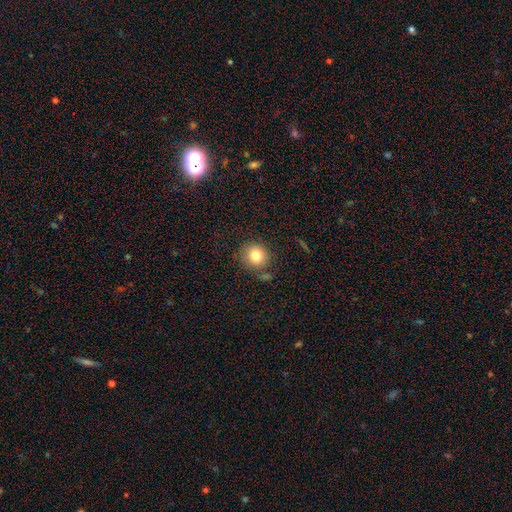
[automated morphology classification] smooth 81%, star or artifact 11%, featured or disk 9%. Down the decision tree: how rounded — round (85%); merging — none (75%).